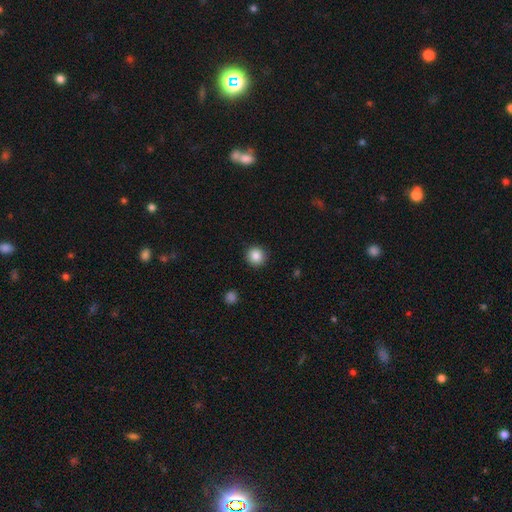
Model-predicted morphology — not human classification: Overall: smooth (87%). How rounded: round (94%). Merging: none (92%).